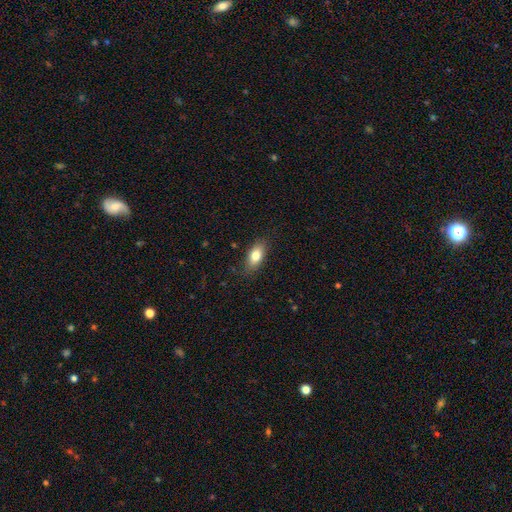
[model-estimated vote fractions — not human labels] Smooth or featured?
  - smooth: 79% *
  - featured or disk: 13%
  - star or artifact: 7%
How rounded?
  - in between: 87% *
  - cigar-shaped: 8%
  - round: 5%
Merging?
  - none: 82% *
  - minor disturbance: 14%
  - major disturbance: 3%
  - merger: 1%